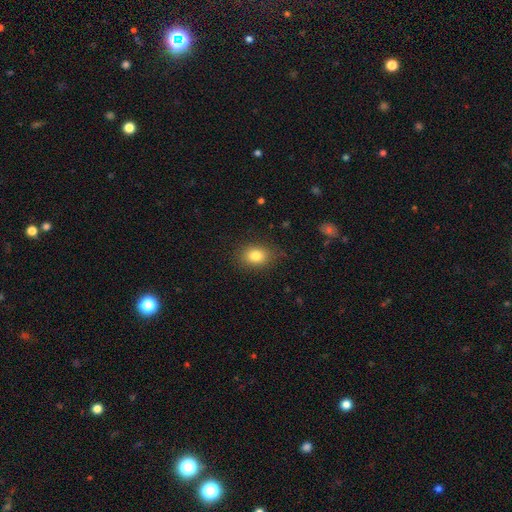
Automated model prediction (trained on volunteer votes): A smooth galaxy with no disk features (81%) that is in between round and cigar-shaped (58%). Merging: none (82%).